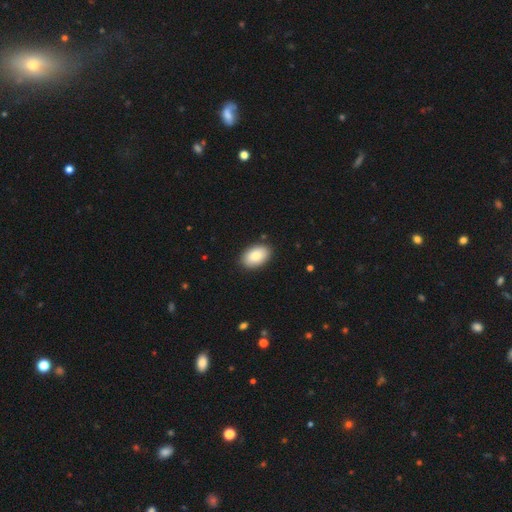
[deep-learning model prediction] Overall: smooth (86%). How rounded: in between (91%). Merging: none (88%).